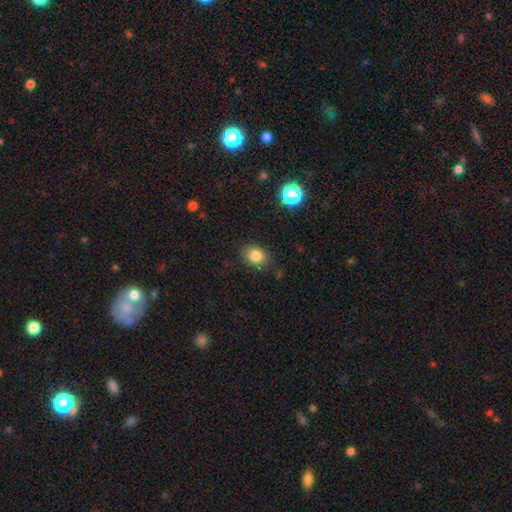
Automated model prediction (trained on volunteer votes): This appears to be a smooth galaxy with no disk features (83%) that is in between round and cigar-shaped (53%). Merging: none (83%).